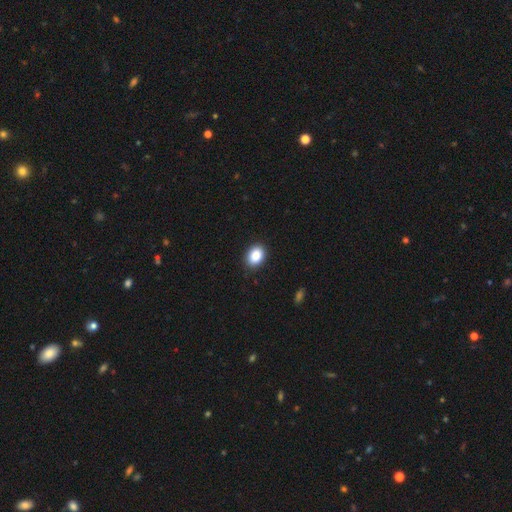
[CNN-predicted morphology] A smooth galaxy with no disk features (88%) that is in between round and cigar-shaped (73%). Merging: none (88%).